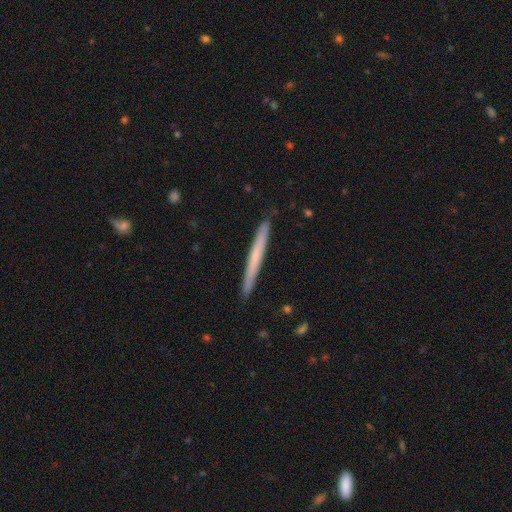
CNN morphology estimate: smooth_or_featured: smooth (p=0.56) [alt: featured or disk p=0.39]
how_rounded: cigar-shaped (p=0.97) [alt: in between p=0.02]
merging: none (p=0.91) [alt: minor disturbance p=0.07]